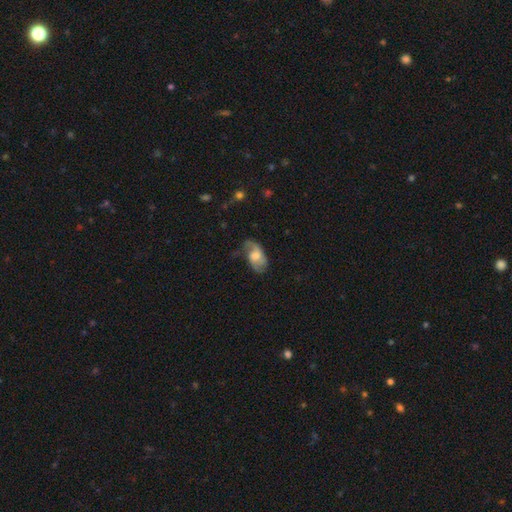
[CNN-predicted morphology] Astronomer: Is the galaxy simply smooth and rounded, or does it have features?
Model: featured or disk — 60%.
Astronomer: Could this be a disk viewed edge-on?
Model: no — 95%.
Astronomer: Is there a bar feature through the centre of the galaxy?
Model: no — 59% (runner-up: weak, 34%).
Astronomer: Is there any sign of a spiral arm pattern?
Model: yes — 86%.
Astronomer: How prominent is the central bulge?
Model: moderate — 46% (runner-up: small, 22%).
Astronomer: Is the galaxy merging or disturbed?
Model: none — 48% (runner-up: minor disturbance, 27%).